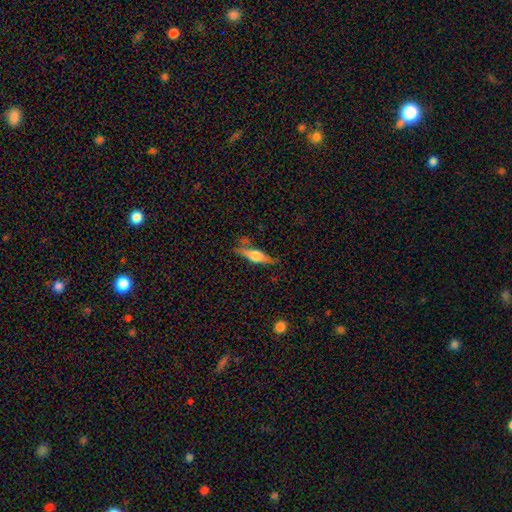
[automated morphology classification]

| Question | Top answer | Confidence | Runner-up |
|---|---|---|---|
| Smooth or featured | featured or disk | 55% | smooth (37%) |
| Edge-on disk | yes | 92% | no (8%) |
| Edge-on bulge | rounded | 88% | boxy (9%) |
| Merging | none | 68% | minor disturbance (20%) |